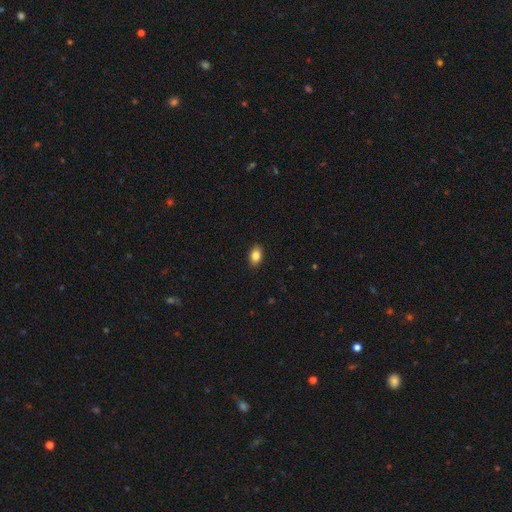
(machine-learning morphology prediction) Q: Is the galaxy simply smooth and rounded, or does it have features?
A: smooth — 84%.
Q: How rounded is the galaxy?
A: in between — 85%.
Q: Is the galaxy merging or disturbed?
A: none — 90%.